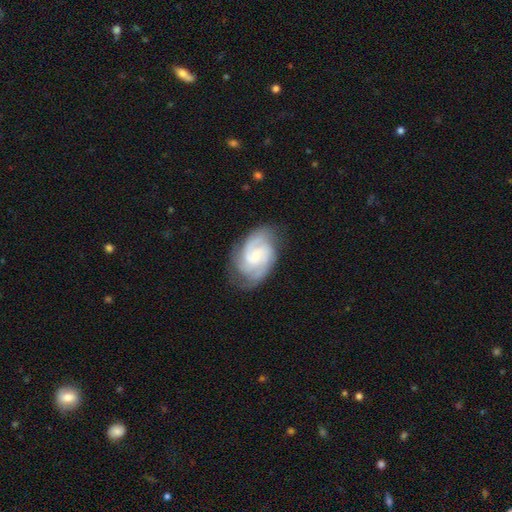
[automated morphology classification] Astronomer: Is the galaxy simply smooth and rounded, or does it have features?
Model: featured or disk — 83%.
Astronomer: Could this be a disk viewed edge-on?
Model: no — 97%.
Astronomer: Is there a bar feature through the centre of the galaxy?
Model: no — 50% (runner-up: weak, 42%).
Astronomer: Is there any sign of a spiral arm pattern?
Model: yes — 97%.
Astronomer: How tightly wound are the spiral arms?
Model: tight — 49% (runner-up: medium, 42%).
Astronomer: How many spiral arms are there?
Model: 2 — 44% (runner-up: 3, 27%).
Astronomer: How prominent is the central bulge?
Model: small — 58%.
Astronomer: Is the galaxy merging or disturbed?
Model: none — 72%.